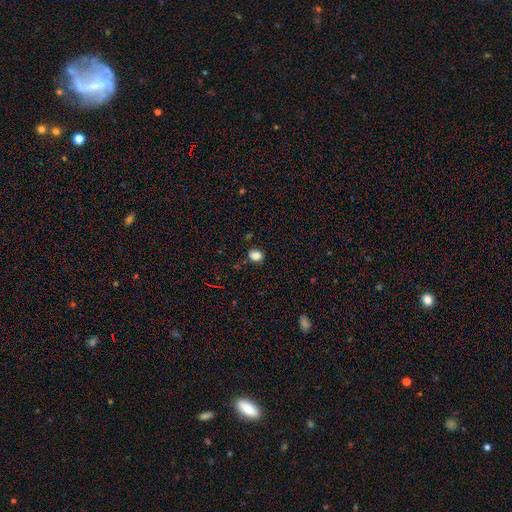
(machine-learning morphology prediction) Overall: smooth (82%). How rounded: in between (52%; round 47%). Merging: none (78%).